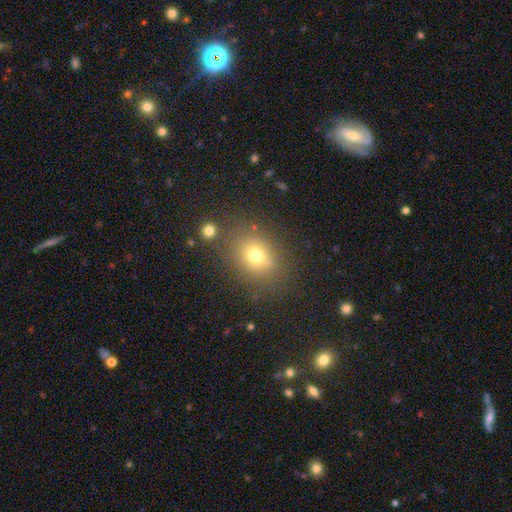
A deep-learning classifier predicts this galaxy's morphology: smooth_or_featured: smooth (p=0.73) [alt: star or artifact p=0.16]
how_rounded: in between (p=0.51) [alt: round p=0.48]
merging: none (p=0.79) [alt: minor disturbance p=0.11]